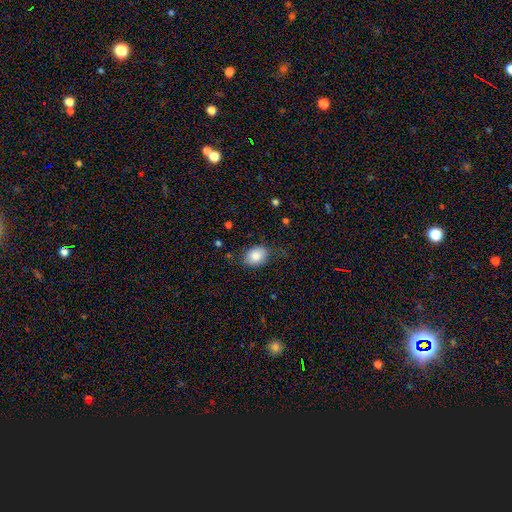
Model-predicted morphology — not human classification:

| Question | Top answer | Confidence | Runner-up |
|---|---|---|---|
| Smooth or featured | smooth | 85% | star or artifact (8%) |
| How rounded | in between | 69% | round (30%) |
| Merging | none | 78% | minor disturbance (16%) |